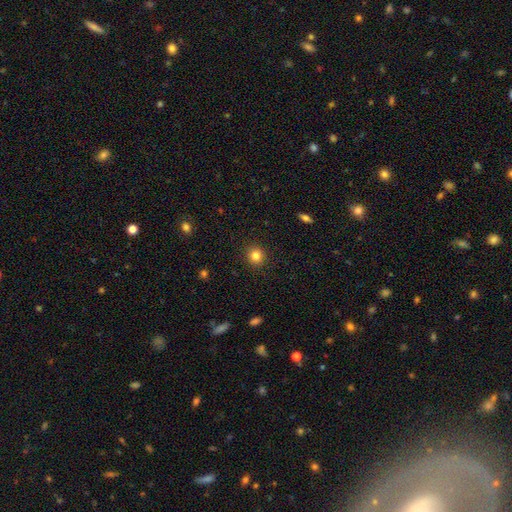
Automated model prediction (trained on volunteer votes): smooth 83%, star or artifact 11%, featured or disk 6%. Down the decision tree: how rounded — round (89%); merging — none (91%).